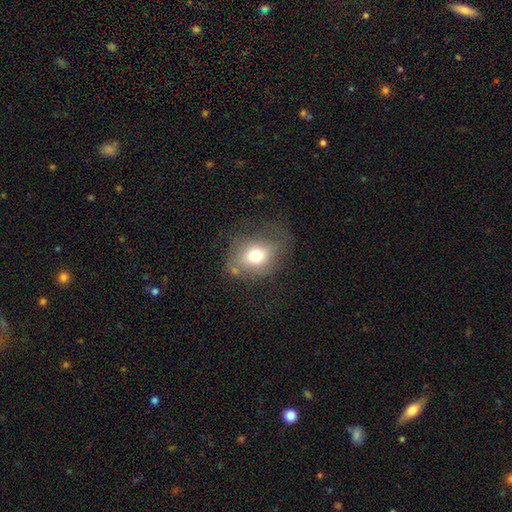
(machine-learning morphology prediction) The model was most divided on "how rounded": in between: 53%, round: 46%, cigar-shaped: 1%. More confident: smooth or featured — smooth (70%); merging — none (53%).